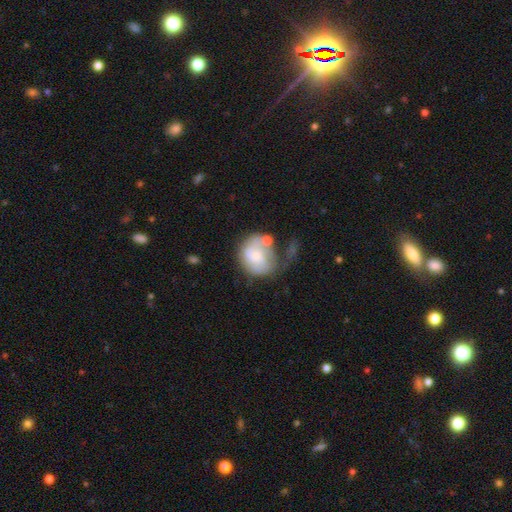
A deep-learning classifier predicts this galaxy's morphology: Smooth or featured? smooth (50%)
How rounded? round (72%)
Merging? major disturbance (30%)